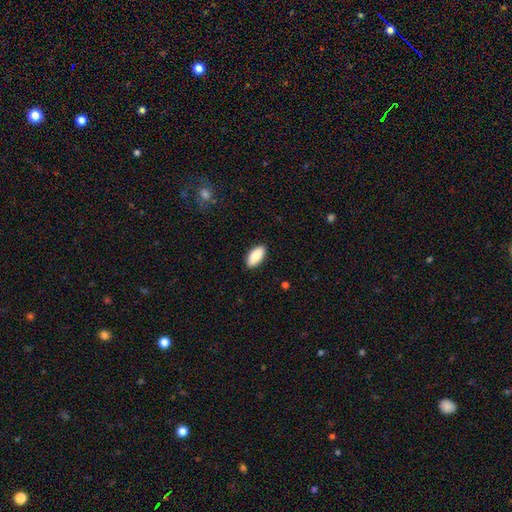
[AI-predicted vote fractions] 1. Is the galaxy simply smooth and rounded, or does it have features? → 89% smooth, 6% star or artifact, 5% featured or disk.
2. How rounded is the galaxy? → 90% in between, 8% cigar-shaped, 2% round.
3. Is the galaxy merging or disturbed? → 89% none, 8% minor disturbance, 2% major disturbance, 1% merger.